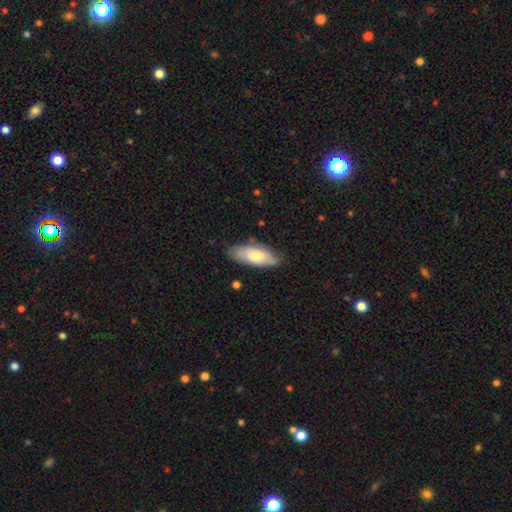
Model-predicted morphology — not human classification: Smooth or featured? Predicted: smooth (p=0.69). How rounded? Predicted: in between (p=0.78). Merging? Predicted: none (p=0.75).